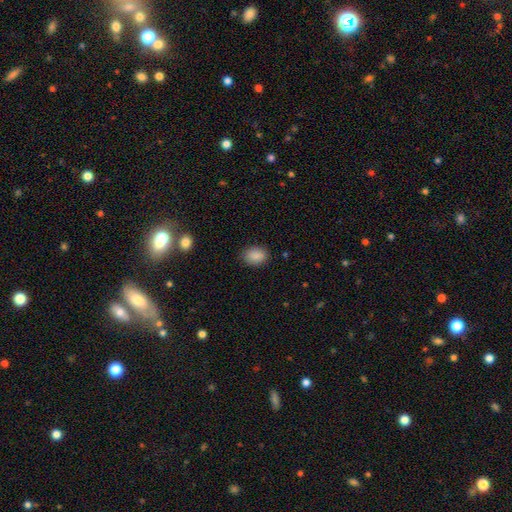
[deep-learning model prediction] Morphology: type=smooth (88%); roundness=in between (67%); merging=none (87%).